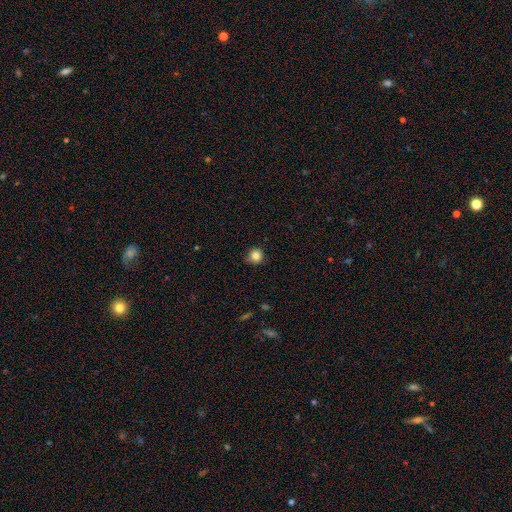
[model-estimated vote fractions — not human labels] smooth-or-featured: smooth: 82% | star or artifact: 11% | featured or disk: 6%
  how-rounded: round: 92% | in between: 7% | cigar-shaped: 1%
  merging: none: 77% | minor disturbance: 18% | major disturbance: 3% | merger: 1%